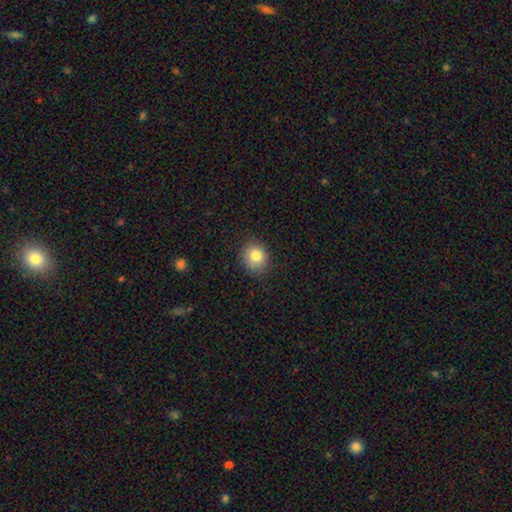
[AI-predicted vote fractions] Smooth or featured? smooth (82%)
How rounded? round (76%)
Merging? none (84%)